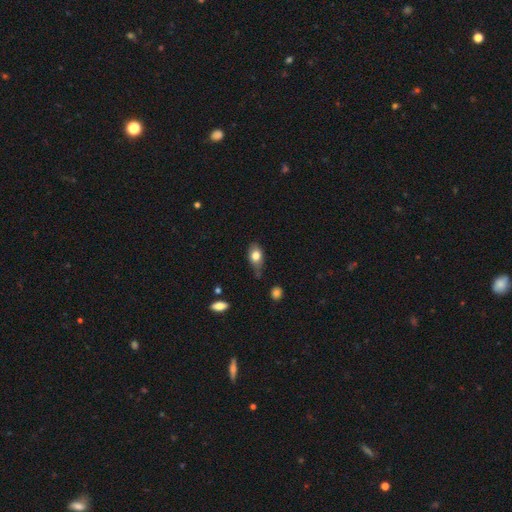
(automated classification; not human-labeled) This is likely a smooth galaxy (77%). How rounded: clearly in between (81%). Merging: possibly none (54%).